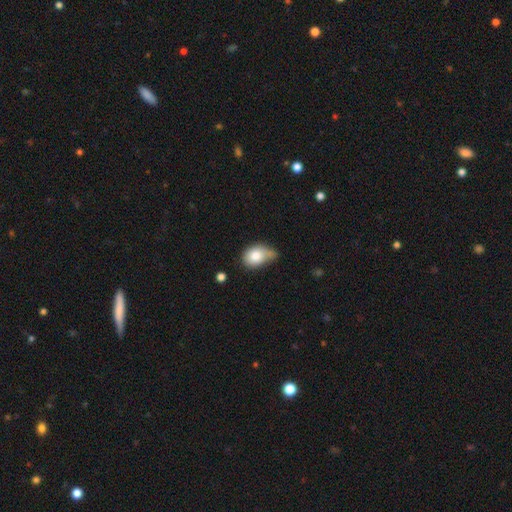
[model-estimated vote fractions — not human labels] Smooth or featured: smooth — 80% (featured or disk — 12%)
How rounded: in between — 70% (round — 29%)
Merging: minor disturbance — 41% (none — 33%)